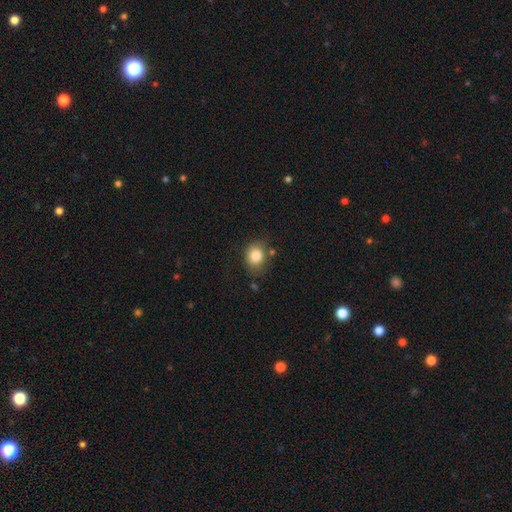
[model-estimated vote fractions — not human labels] Overall: smooth (82%). How rounded: round (57%; in between 42%). Merging: none (69%).